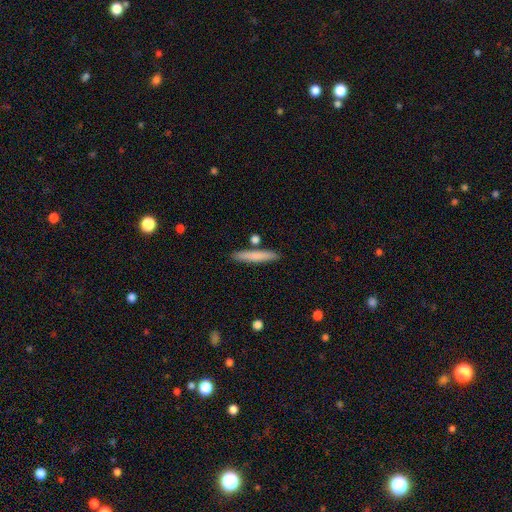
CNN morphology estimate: smooth 76%, featured or disk 18%, star or artifact 6%. Down the decision tree: how rounded — cigar-shaped (93%); merging — none (86%).